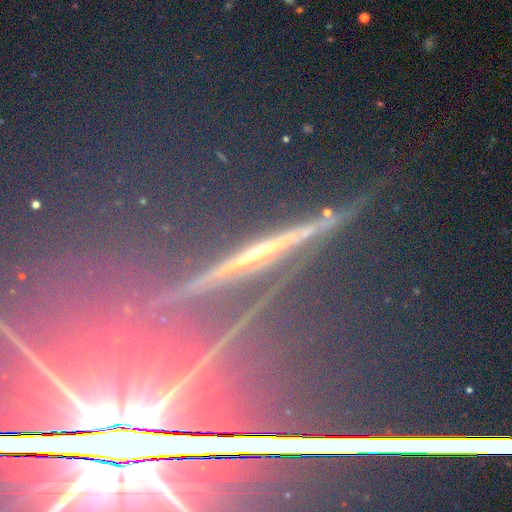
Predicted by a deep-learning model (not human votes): star or artifact 67%, featured or disk 22%, smooth 11%.